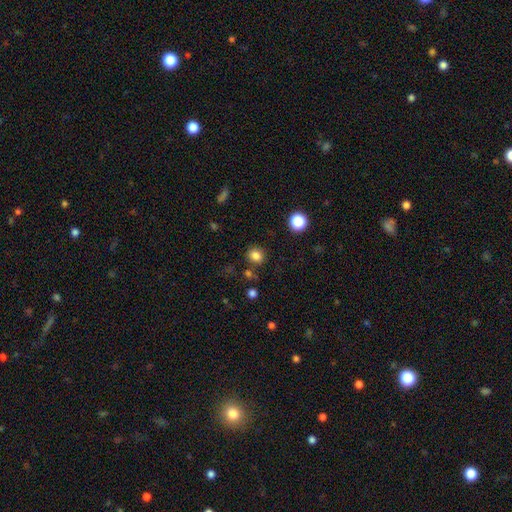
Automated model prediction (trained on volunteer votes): Q: Smooth or featured?
A: smooth (82%); runner-up: star or artifact (12%)
Q: How rounded?
A: round (77%); runner-up: in between (22%)
Q: Merging?
A: none (82%); runner-up: minor disturbance (10%)